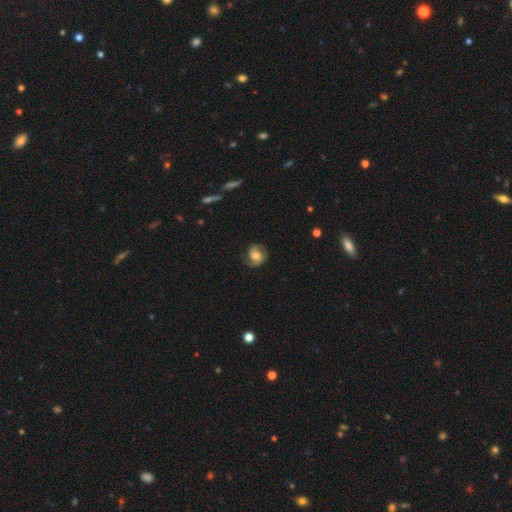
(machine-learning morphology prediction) Smooth or featured? featured or disk (56%)
Edge-on disk? no (97%)
Bar? no (56%)
Spiral arms? yes (90%)
Bulge size? moderate (55%)
Merging? none (72%)